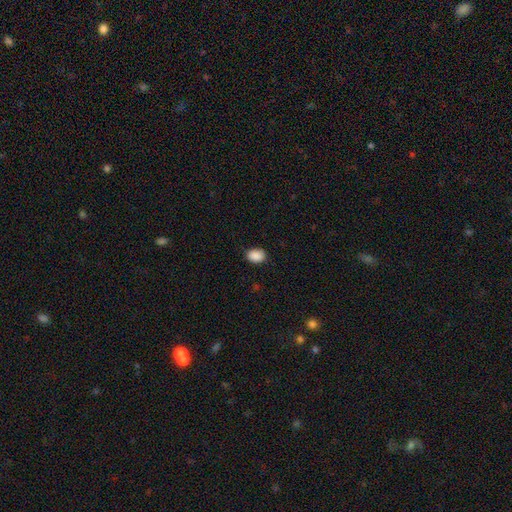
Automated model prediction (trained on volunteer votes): Smooth or featured?
  - smooth: 90% *
  - star or artifact: 8%
  - featured or disk: 2%
How rounded?
  - in between: 73% *
  - round: 26%
  - cigar-shaped: 1%
Merging?
  - none: 86% *
  - minor disturbance: 10%
  - major disturbance: 2%
  - merger: 1%